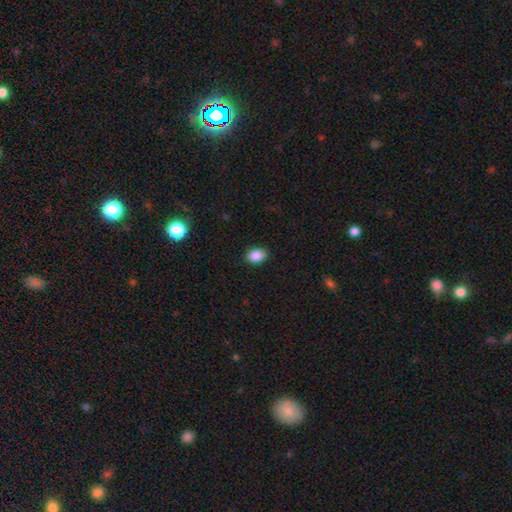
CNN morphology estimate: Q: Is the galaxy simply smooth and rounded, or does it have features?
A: smooth — 88%.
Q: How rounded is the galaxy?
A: in between — 75%.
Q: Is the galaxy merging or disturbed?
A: none — 89%.